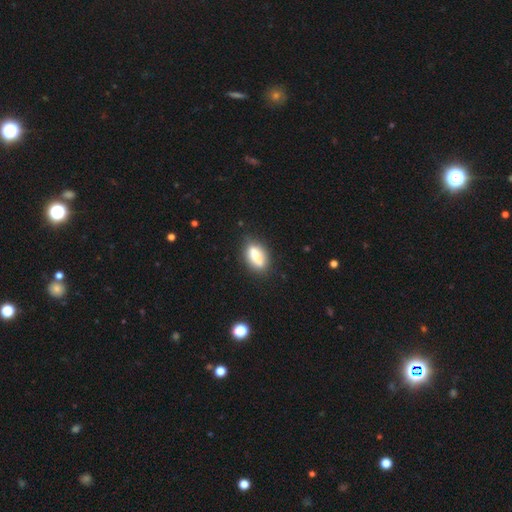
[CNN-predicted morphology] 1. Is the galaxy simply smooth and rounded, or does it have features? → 68% smooth, 23% featured or disk, 9% star or artifact.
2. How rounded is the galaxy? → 66% in between, 30% cigar-shaped, 5% round.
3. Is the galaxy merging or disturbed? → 77% none, 16% minor disturbance, 5% major disturbance, 2% merger.